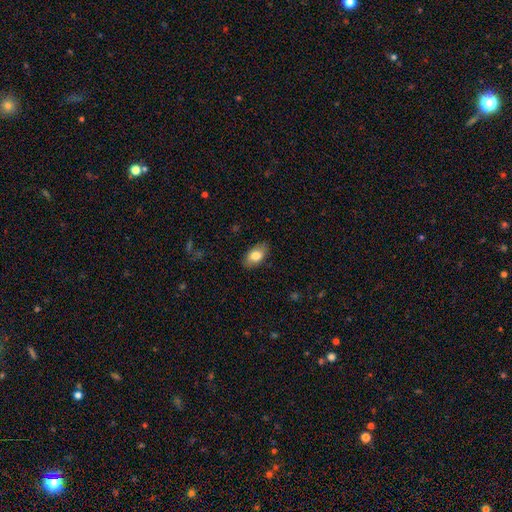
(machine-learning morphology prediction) Smooth or featured: smooth — 79% (featured or disk — 14%)
How rounded: in between — 91% (round — 6%)
Merging: none — 85% (minor disturbance — 11%)